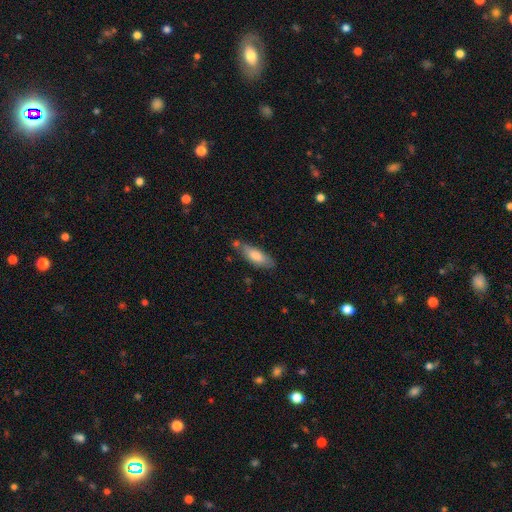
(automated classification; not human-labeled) smooth 78%, featured or disk 16%, star or artifact 6%. Down the decision tree: how rounded — in between (63%); merging — none (63%).